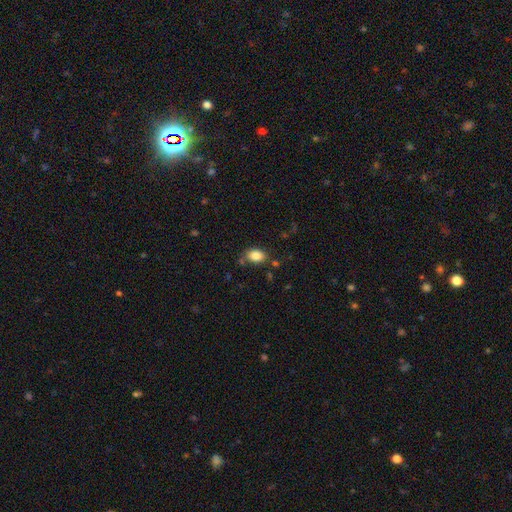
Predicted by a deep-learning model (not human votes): smooth_or_featured: smooth (p=0.85) [alt: star or artifact p=0.09]
how_rounded: in between (p=0.81) [alt: round p=0.18]
merging: none (p=0.74) [alt: minor disturbance p=0.16]